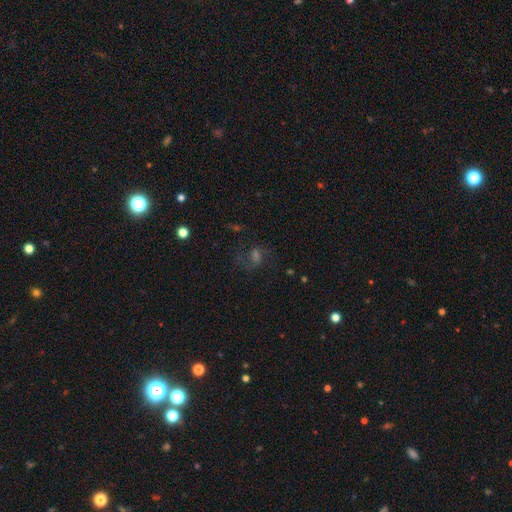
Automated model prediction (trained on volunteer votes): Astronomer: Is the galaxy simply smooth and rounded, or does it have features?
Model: featured or disk — 46% (runner-up: star or artifact, 29%).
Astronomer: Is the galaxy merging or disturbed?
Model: none — 62%.